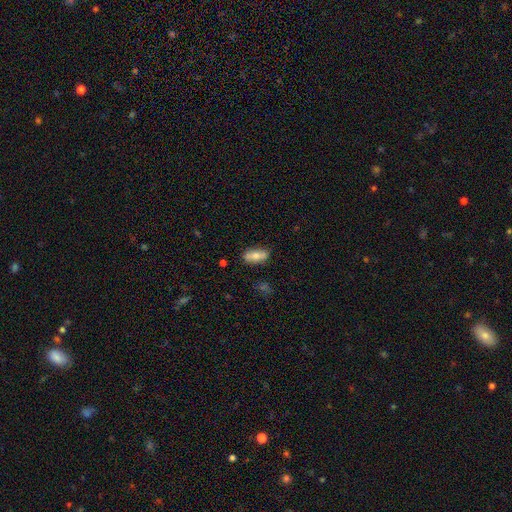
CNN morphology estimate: smooth_or_featured: smooth (p=0.72) [alt: featured or disk p=0.21]
how_rounded: in between (p=0.74) [alt: cigar-shaped p=0.23]
merging: none (p=0.82) [alt: minor disturbance p=0.13]